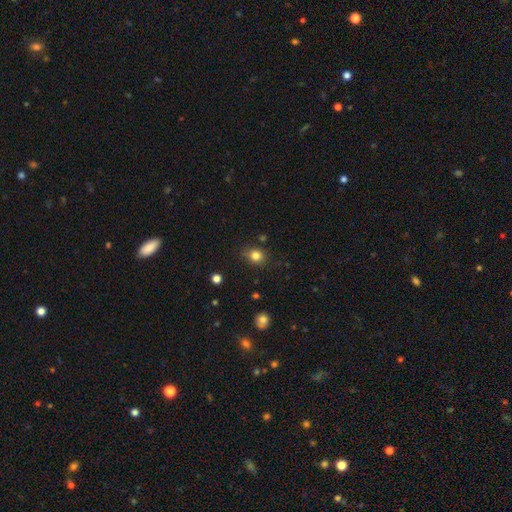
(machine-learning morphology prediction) Q: Smooth or featured?
A: smooth (82%); runner-up: star or artifact (12%)
Q: How rounded?
A: round (76%); runner-up: in between (23%)
Q: Merging?
A: none (80%); runner-up: minor disturbance (15%)